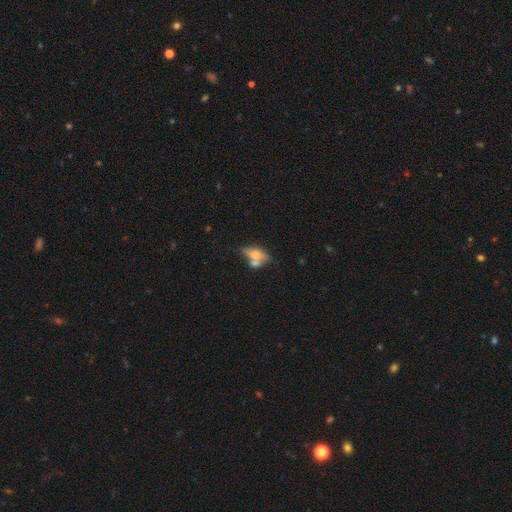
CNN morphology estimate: Smooth or featured: smooth — 50% (featured or disk — 42%)
How rounded: in between — 76% (cigar-shaped — 15%)
Merging: merger — 43% (none — 36%)